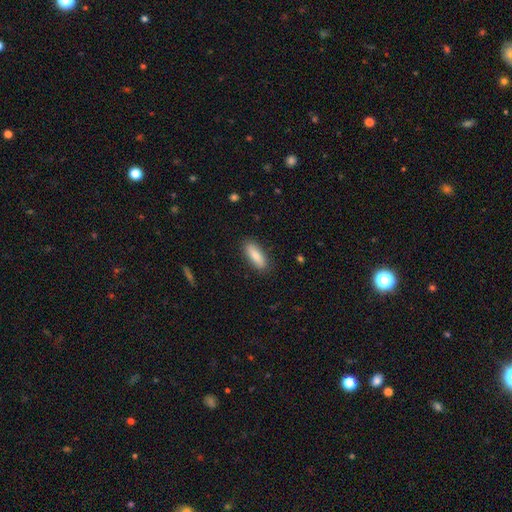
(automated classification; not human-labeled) The model was most divided on "how rounded": in between: 64%, cigar-shaped: 34%, round: 2%. More confident: merging — none (87%); smooth or featured — smooth (83%).